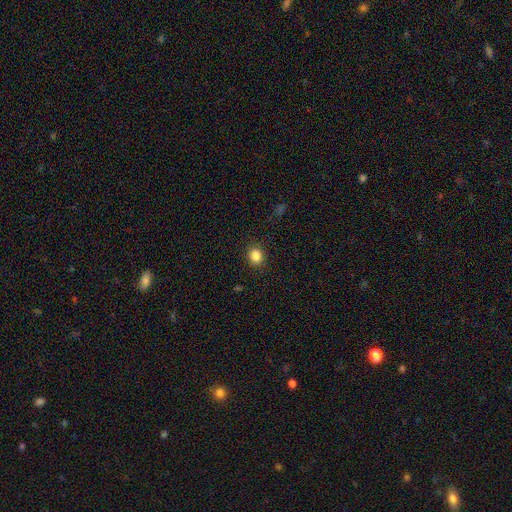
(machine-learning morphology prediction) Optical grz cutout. It shows a smooth galaxy with no disk features (85%) that is round (63%). Merging: none (89%).